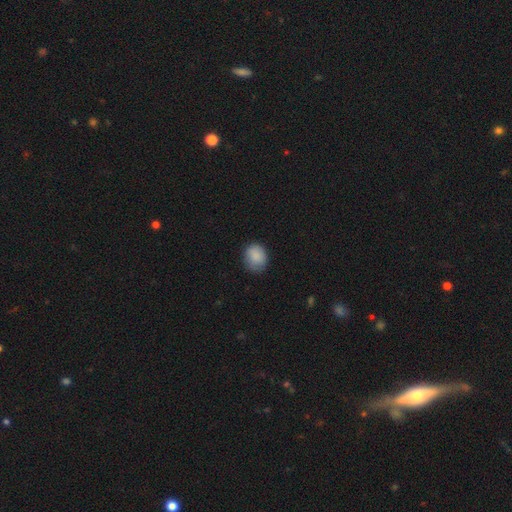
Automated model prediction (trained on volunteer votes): Morphology: type=smooth (87%); roundness=round (58%); merging=none (75%).